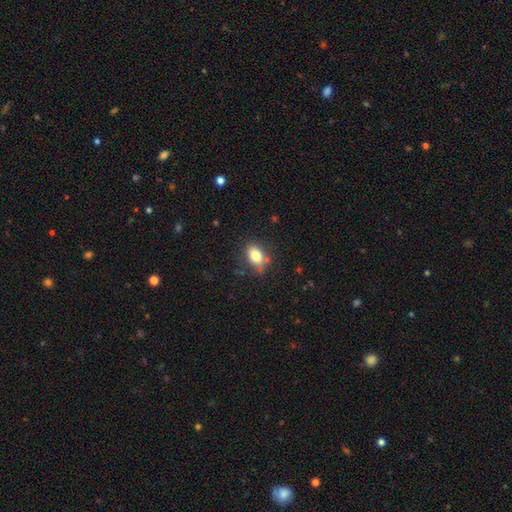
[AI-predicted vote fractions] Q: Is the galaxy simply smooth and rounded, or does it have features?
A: smooth — 82%.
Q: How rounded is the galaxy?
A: in between — 80%.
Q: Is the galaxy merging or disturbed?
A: none — 70%.